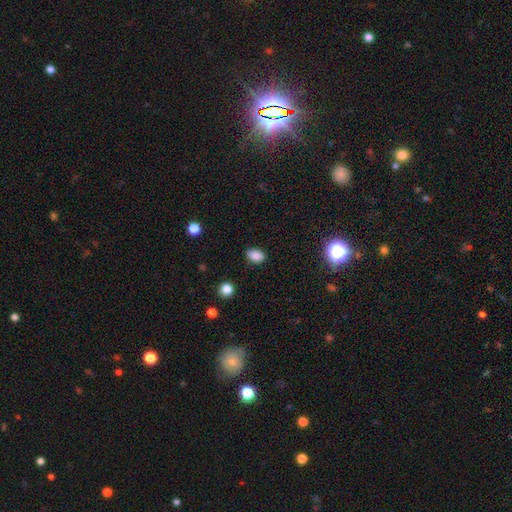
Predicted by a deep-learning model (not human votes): smooth_or_featured: smooth (p=0.85) [alt: star or artifact p=0.11]
how_rounded: in between (p=0.82) [alt: round p=0.17]
merging: none (p=0.81) [alt: minor disturbance p=0.14]